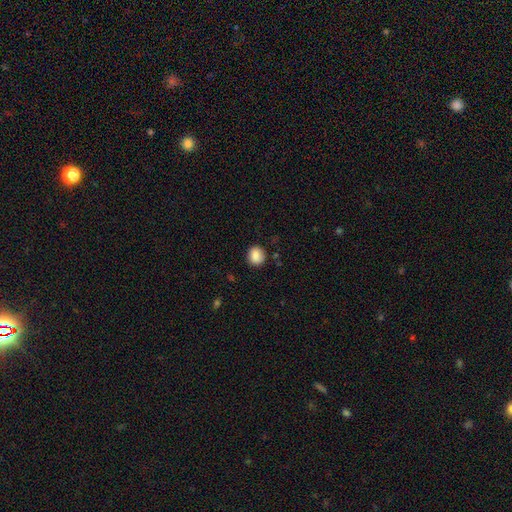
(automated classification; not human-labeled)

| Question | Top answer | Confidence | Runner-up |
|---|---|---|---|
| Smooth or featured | smooth | 87% | star or artifact (8%) |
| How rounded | round | 81% | in between (18%) |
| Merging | none | 85% | minor disturbance (10%) |